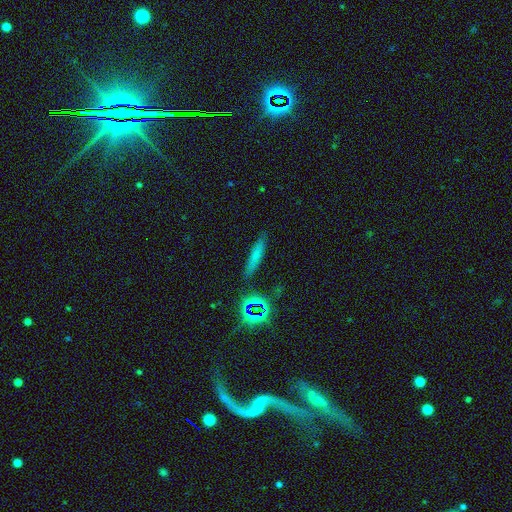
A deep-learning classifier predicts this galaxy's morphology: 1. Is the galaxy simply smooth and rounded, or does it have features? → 64% smooth, 18% featured or disk, 17% star or artifact.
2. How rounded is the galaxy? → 85% cigar-shaped, 12% in between, 3% round.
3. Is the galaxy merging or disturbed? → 82% none, 11% minor disturbance, 3% merger, 3% major disturbance.